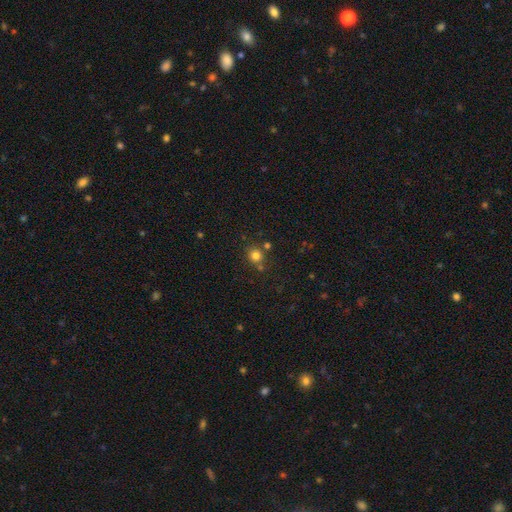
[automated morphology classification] This is likely a smooth galaxy (78%). How rounded: clearly round (86%). Merging: likely none (70%).